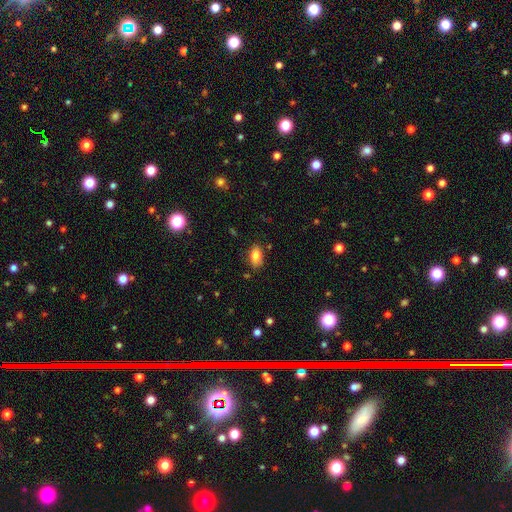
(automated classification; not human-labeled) smooth-or-featured: smooth: 82% | featured or disk: 9% | star or artifact: 9%
  how-rounded: in between: 91% | round: 6% | cigar-shaped: 3%
  merging: none: 83% | minor disturbance: 13% | major disturbance: 3% | merger: 2%